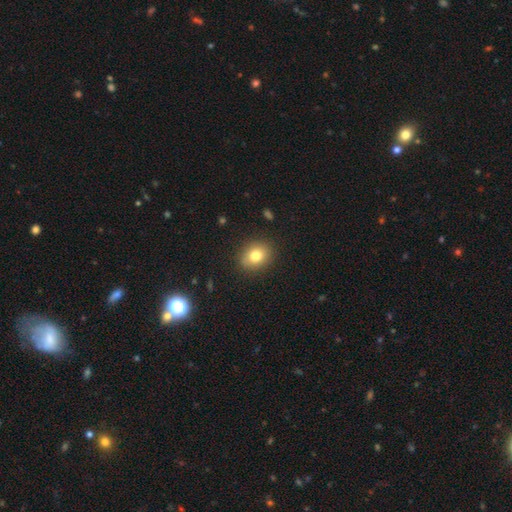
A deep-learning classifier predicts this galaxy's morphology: Smooth or featured? Predicted: smooth (p=0.80). How rounded? Predicted: round (p=0.53). Merging? Predicted: none (p=0.88).